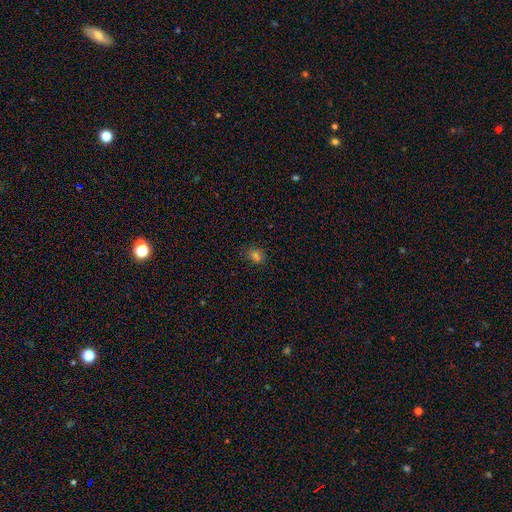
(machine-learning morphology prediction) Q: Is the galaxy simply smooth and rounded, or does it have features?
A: smooth — 71%.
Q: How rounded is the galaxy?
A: round — 61%.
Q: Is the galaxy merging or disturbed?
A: none — 76%.